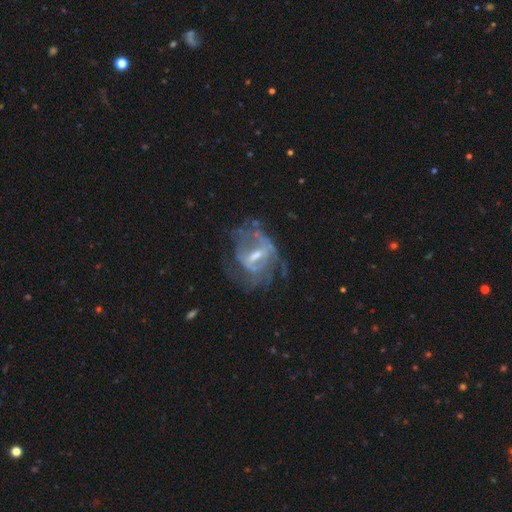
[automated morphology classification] The model was most divided on "bulge size": moderate: 45%, small: 41%, none: 8%, large: 4%, dominant: 1%. Remaining: edge-on disk — no (95%); smooth or featured — featured or disk (78%); spiral arms — yes (69%); spiral arm count — can't tell (48%); bar — weak (48%); merging — none (47%); spiral winding — medium (40%).